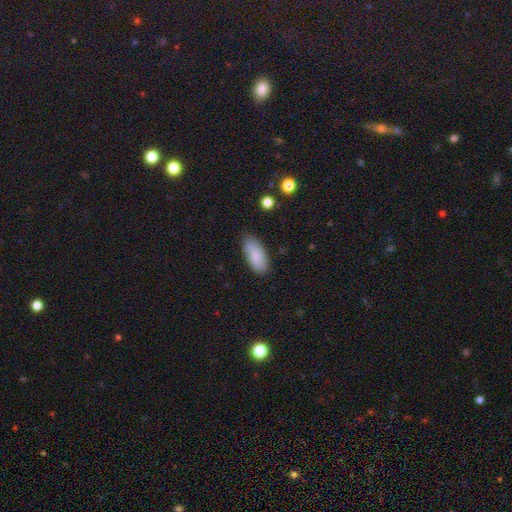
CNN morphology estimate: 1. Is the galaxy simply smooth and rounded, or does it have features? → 85% smooth, 9% featured or disk, 6% star or artifact.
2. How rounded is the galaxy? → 88% in between, 10% cigar-shaped, 2% round.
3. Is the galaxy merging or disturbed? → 77% none, 18% minor disturbance, 3% major disturbance, 2% merger.